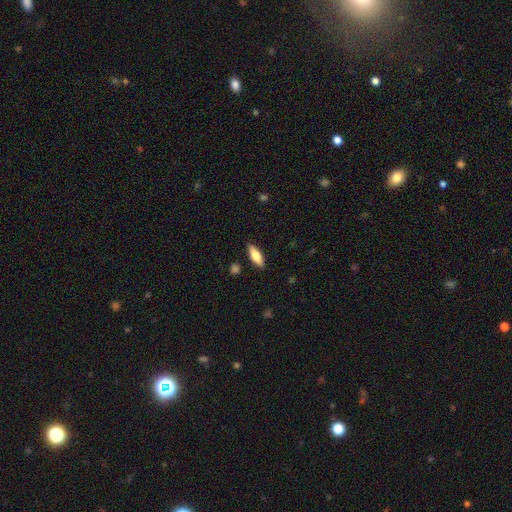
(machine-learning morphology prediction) Smooth or featured: smooth — 68% (featured or disk — 26%)
How rounded: in between — 61% (cigar-shaped — 36%)
Merging: none — 88% (minor disturbance — 9%)